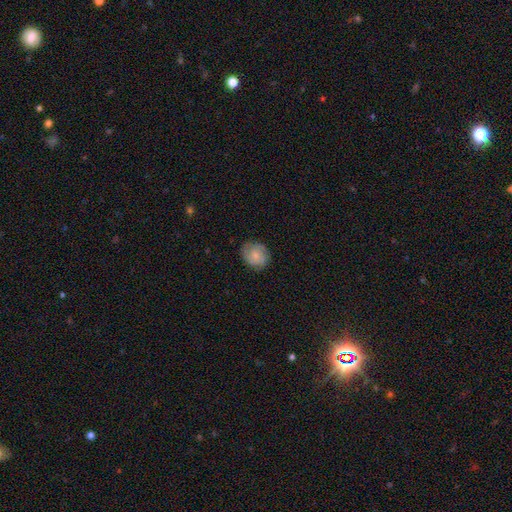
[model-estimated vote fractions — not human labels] Q: Smooth or featured?
A: smooth (60%); runner-up: featured or disk (33%)
Q: How rounded?
A: round (71%); runner-up: in between (28%)
Q: Merging?
A: none (78%); runner-up: minor disturbance (17%)